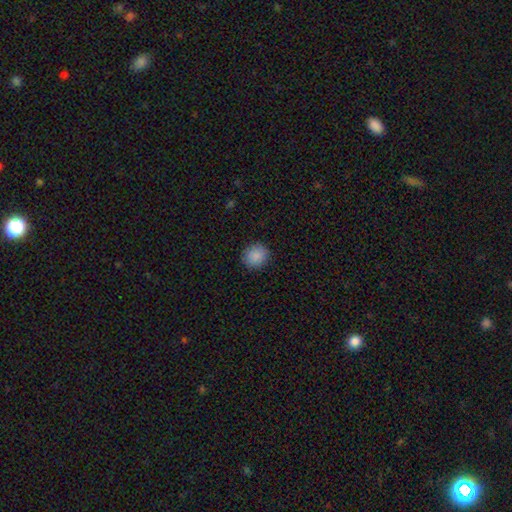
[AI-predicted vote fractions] A smooth galaxy with no disk features (88%) that is round (84%).

Vote fractions:
- Smooth or featured? smooth: 88% / star or artifact: 8% / featured or disk: 3%
- How rounded? round: 84% / in between: 15% / cigar-shaped: 1%
- Merging? none: 90% / minor disturbance: 7% / major disturbance: 2% / merger: 1%